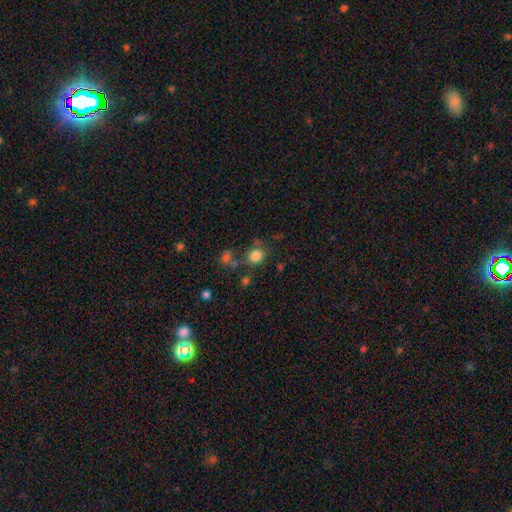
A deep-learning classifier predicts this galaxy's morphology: This is clearly a smooth galaxy (82%). How rounded: likely round (76%). Merging: likely none (72%).